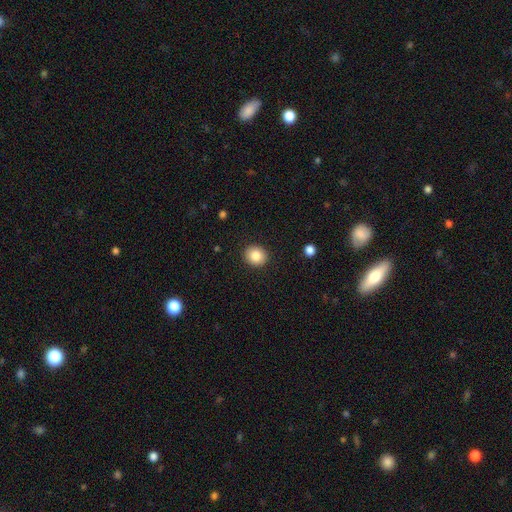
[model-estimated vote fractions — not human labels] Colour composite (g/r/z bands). It shows a smooth galaxy with no disk features (84%) that is round (77%). Merging: none (91%).